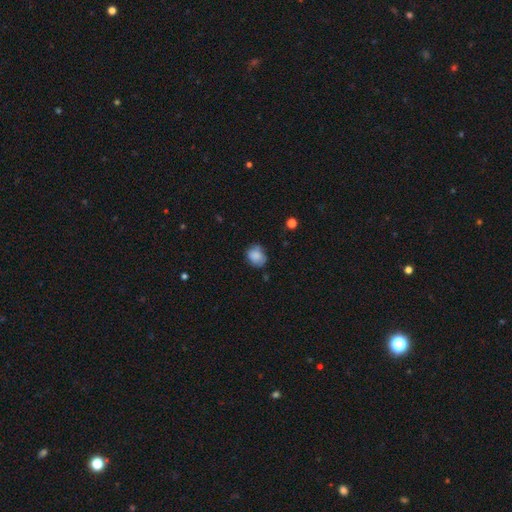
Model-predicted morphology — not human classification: A smooth galaxy with no disk features (83%) that is round (58%). Merging: none (65%).